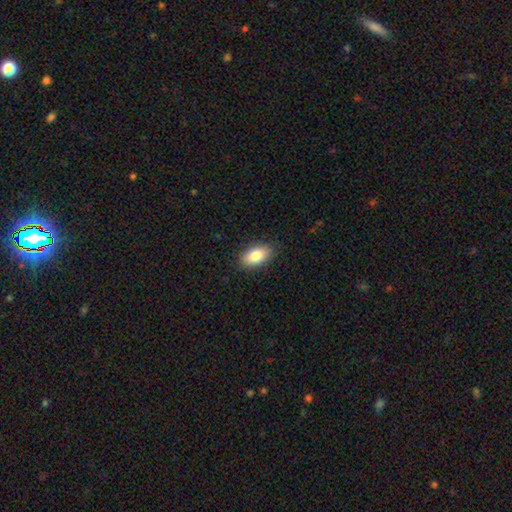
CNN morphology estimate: A smooth galaxy with no disk features (83%) that is in between round and cigar-shaped (93%). Merging: none (88%).